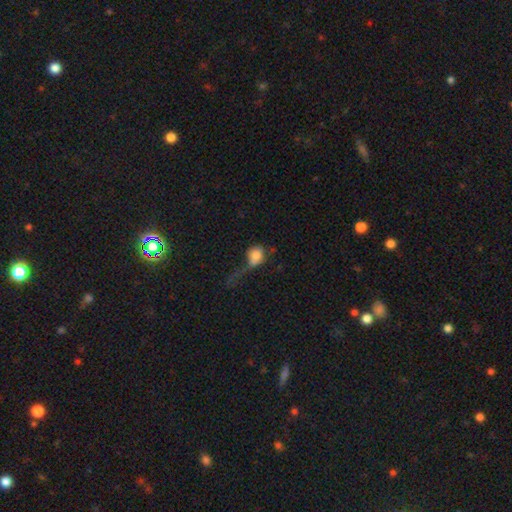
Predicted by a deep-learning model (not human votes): Overall: smooth (73%). How rounded: round (56%; in between 41%). Merging: major disturbance (51%; none 19%).